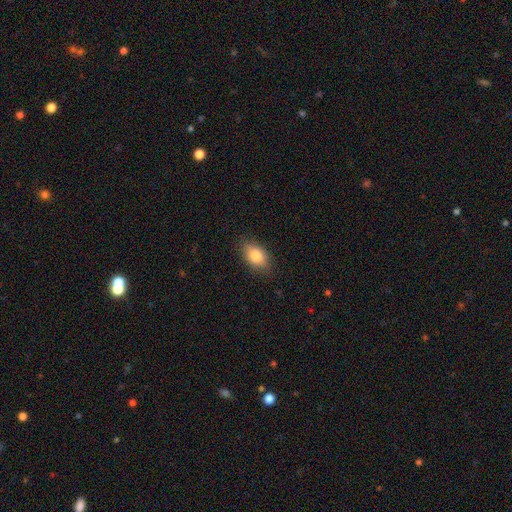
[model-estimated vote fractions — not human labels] Morphology: type=smooth (82%); roundness=in between (87%); merging=none (84%).